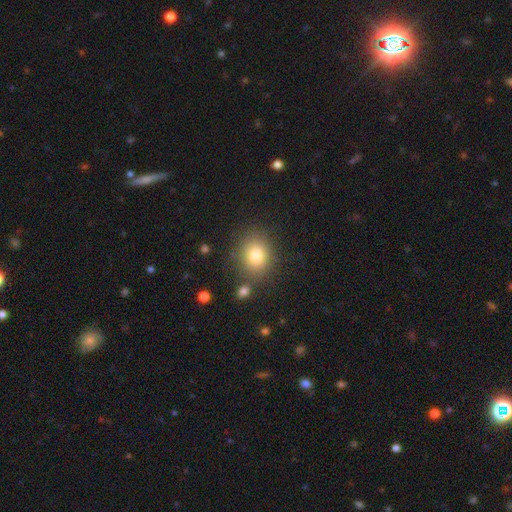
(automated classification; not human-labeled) smooth-or-featured: smooth: 79% | star or artifact: 12% | featured or disk: 9%
  how-rounded: round: 65% | in between: 34% | cigar-shaped: 1%
  merging: none: 81% | minor disturbance: 10% | merger: 6% | major disturbance: 4%